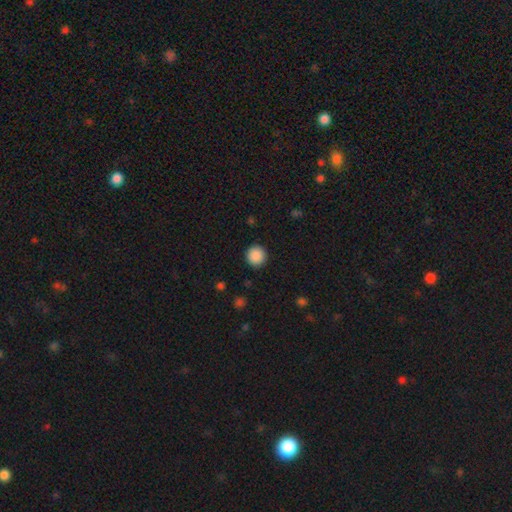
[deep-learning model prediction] This appears to be a smooth galaxy with no disk features (89%) that is round (95%). Merging: none (92%).